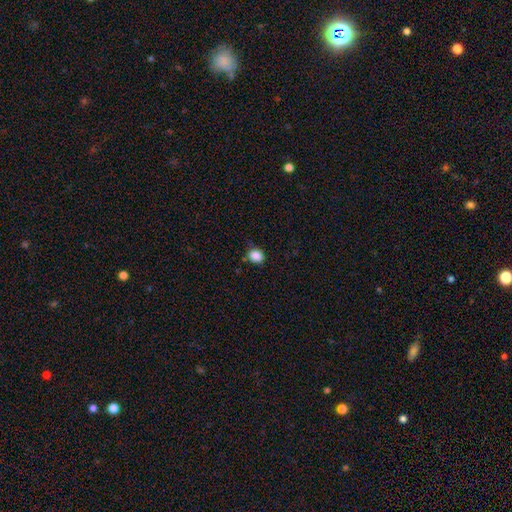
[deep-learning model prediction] This is clearly a smooth galaxy (87%). How rounded: likely round (66%). Merging: likely none (77%).